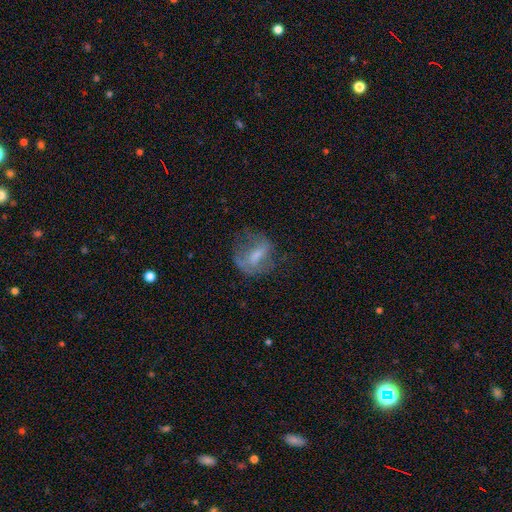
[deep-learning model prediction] Smooth or featured? Predicted: featured or disk (p=0.50). Merging? Predicted: none (p=0.45).